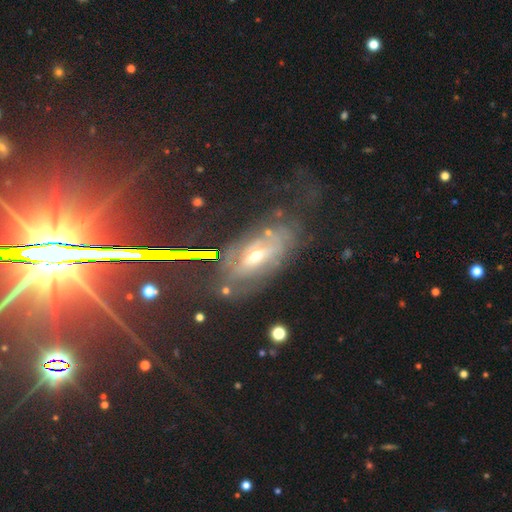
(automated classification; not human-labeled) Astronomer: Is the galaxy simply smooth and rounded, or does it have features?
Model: featured or disk — 63%.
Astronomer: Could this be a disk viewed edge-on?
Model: no — 83%.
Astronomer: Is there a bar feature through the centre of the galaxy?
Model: no — 51% (runner-up: weak, 34%).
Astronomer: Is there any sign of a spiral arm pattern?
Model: yes — 60% (runner-up: no, 40%).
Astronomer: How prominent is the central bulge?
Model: moderate — 60%.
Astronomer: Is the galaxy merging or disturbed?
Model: none — 57%.